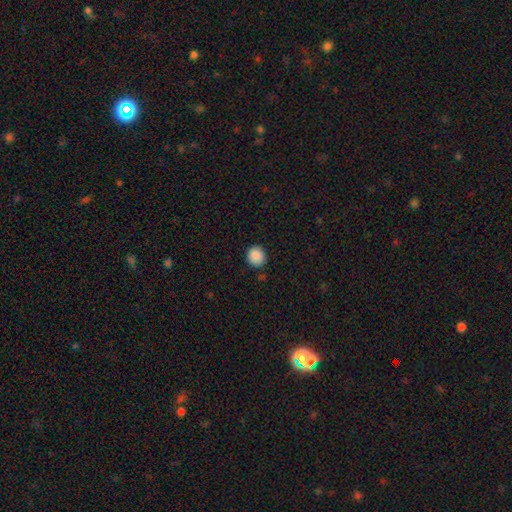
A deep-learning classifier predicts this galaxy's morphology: Smooth or featured? Predicted: smooth (p=0.89). How rounded? Predicted: round (p=0.89). Merging? Predicted: none (p=0.89).